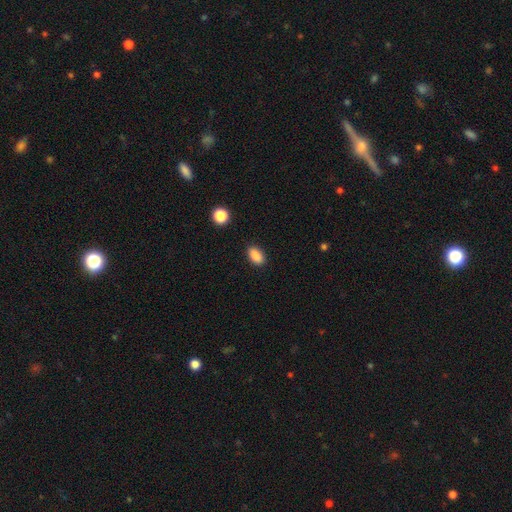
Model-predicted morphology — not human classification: The model was most divided on "merging": none: 87%, minor disturbance: 9%, major disturbance: 2%, merger: 1%. More confident: how rounded — in between (89%); smooth or featured — smooth (88%).